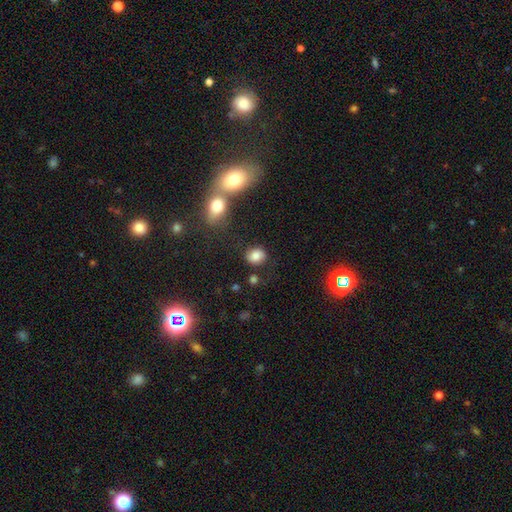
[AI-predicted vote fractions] This appears to be a smooth galaxy with no disk features (81%) that is round (61%). Merging: none (79%).